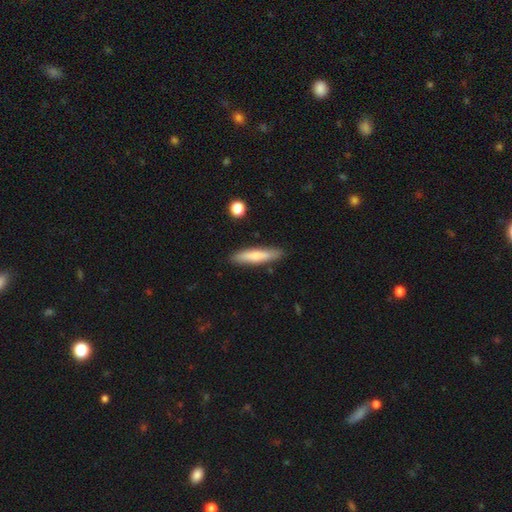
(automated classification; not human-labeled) smooth_or_featured: smooth (p=0.72) [alt: featured or disk p=0.22]
how_rounded: cigar-shaped (p=0.85) [alt: in between p=0.14]
merging: none (p=0.86) [alt: minor disturbance p=0.10]